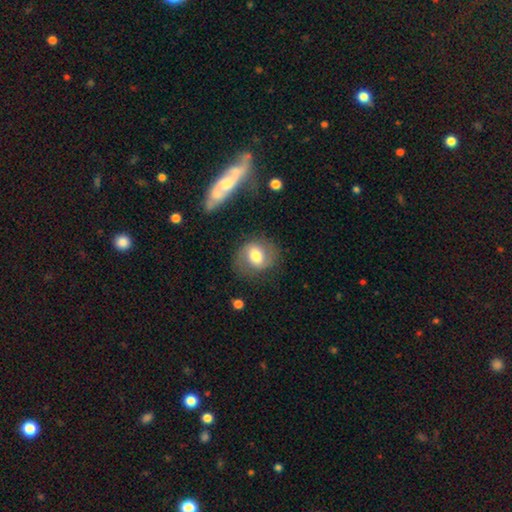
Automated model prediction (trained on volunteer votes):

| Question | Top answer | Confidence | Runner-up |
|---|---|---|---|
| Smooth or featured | smooth | 46% | tied: featured or disk (46%) |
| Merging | none | 73% | minor disturbance (16%) |